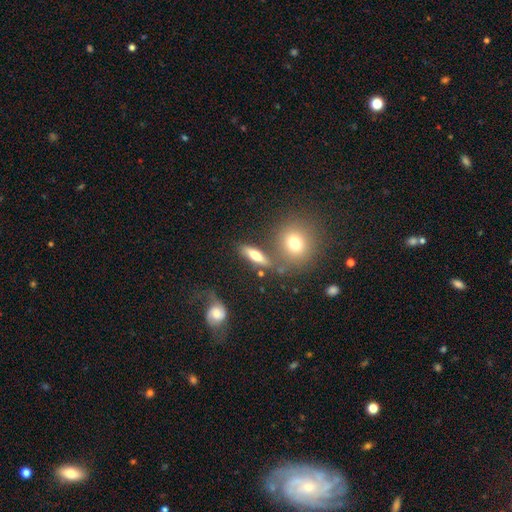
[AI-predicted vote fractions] This is likely a smooth galaxy (61%). How rounded: possibly cigar-shaped (48%). Merging: likely none (67%).